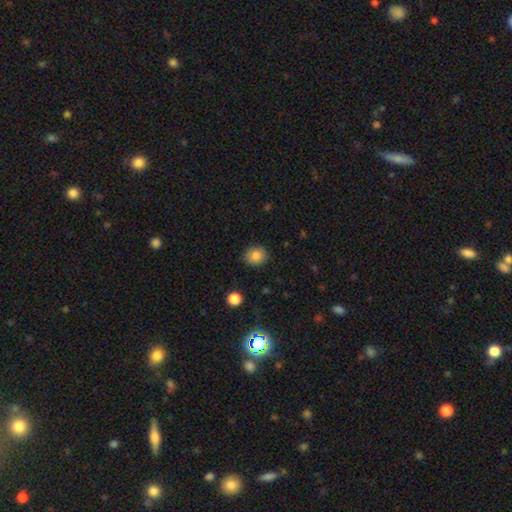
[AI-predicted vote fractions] Morphology: type=smooth (84%); roundness=round (74%); merging=none (87%).